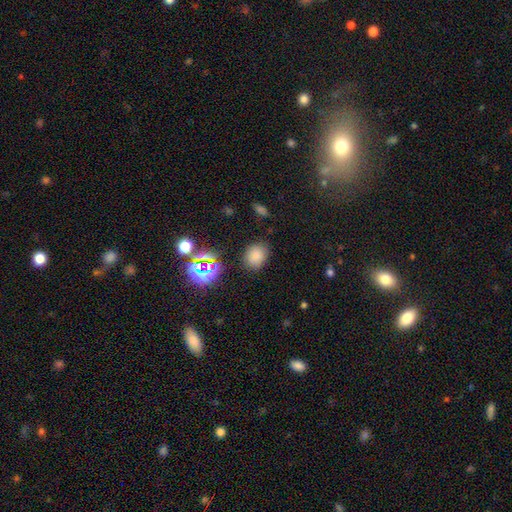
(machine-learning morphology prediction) Smooth or featured? smooth (75%)
How rounded? in between (51%)
Merging? none (82%)